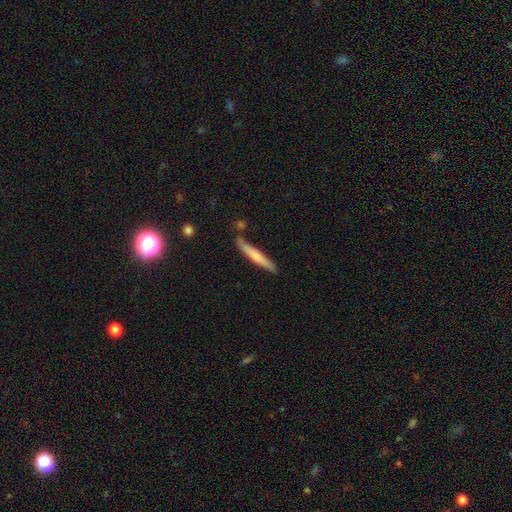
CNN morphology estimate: This is likely a smooth galaxy (62%). How rounded: clearly cigar-shaped (94%). Merging: likely none (79%).